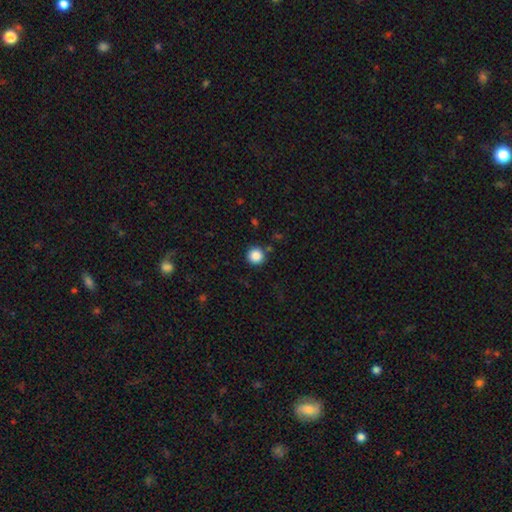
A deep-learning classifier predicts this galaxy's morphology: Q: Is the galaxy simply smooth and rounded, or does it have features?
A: smooth — 87%.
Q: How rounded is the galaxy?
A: round — 96%.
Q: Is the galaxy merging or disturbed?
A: none — 90%.